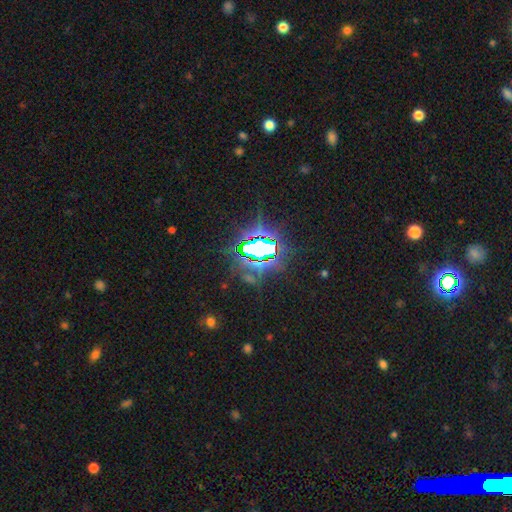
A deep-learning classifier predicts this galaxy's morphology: This is clearly a star or artifact rather than a galaxy (82%).